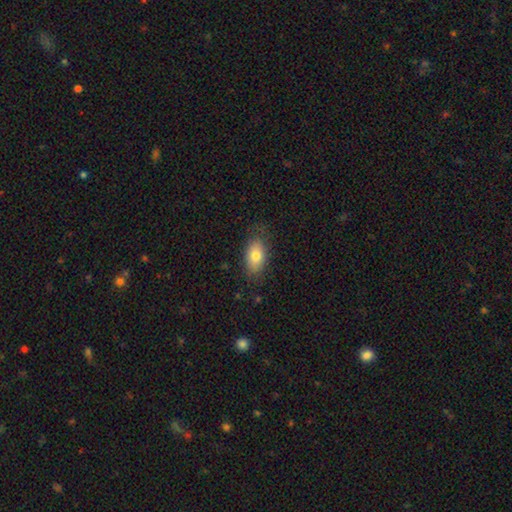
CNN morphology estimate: Overall: smooth (78%). How rounded: in between (90%). Merging: none (78%).